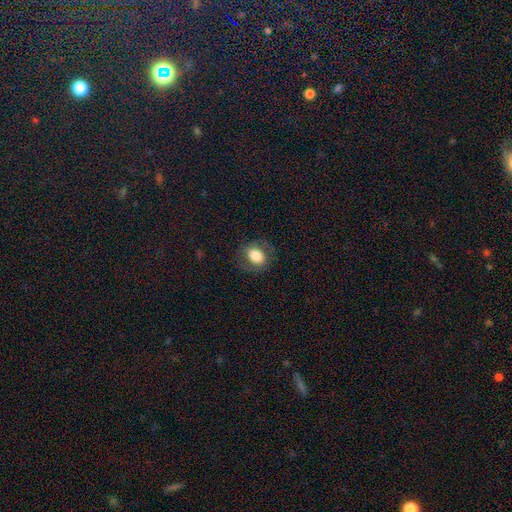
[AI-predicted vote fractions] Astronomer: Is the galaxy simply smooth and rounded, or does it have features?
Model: smooth — 73%.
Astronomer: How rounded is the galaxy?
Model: in between — 63%.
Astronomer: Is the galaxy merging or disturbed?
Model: none — 78%.